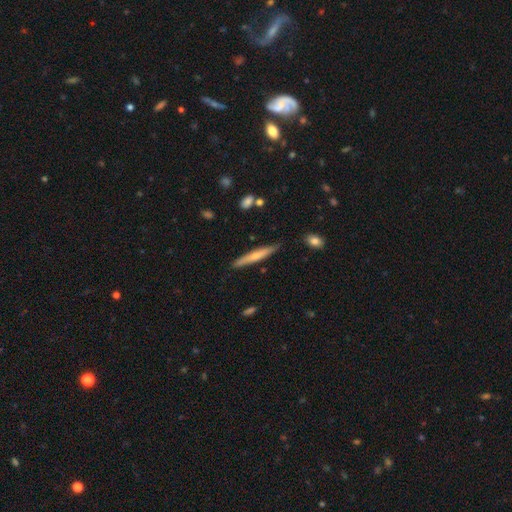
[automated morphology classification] Overall: smooth (51%; featured or disk 43%). How rounded: cigar-shaped (94%). Merging: none (85%).